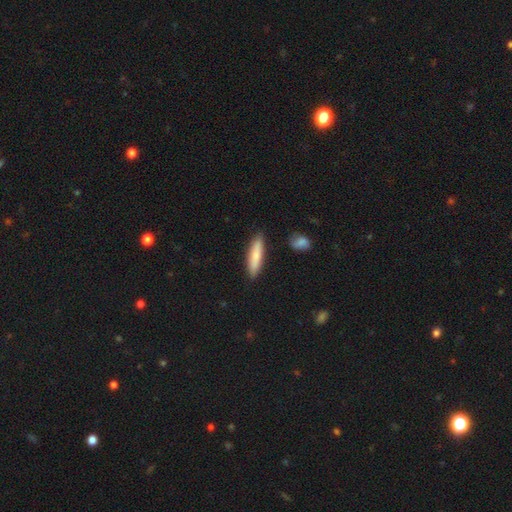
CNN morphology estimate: smooth-or-featured: smooth: 79% | featured or disk: 15% | star or artifact: 6%
  how-rounded: cigar-shaped: 76% | in between: 22% | round: 2%
  merging: none: 86% | minor disturbance: 10% | merger: 2% | major disturbance: 2%